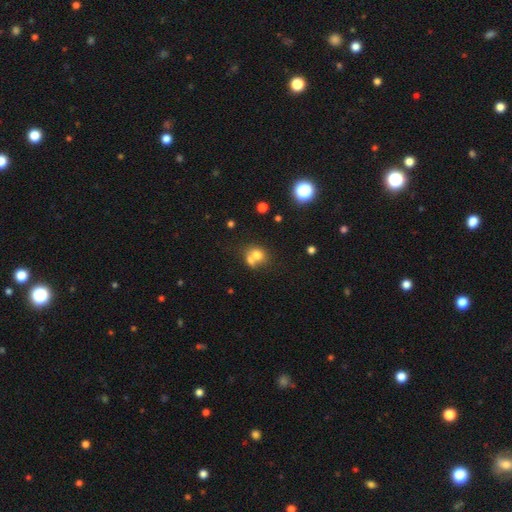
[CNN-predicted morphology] Smooth or featured: smooth — 71% (featured or disk — 17%)
How rounded: round — 66% (in between — 33%)
Merging: merger — 55% (none — 33%)